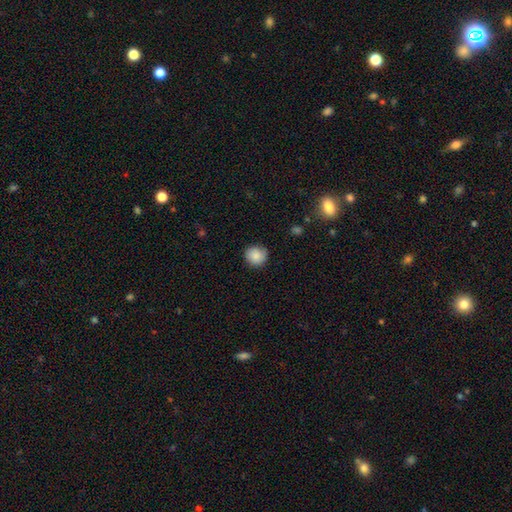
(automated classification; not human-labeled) Smooth or featured: smooth — 85% (star or artifact — 8%)
How rounded: round — 90% (in between — 9%)
Merging: none — 83% (minor disturbance — 13%)